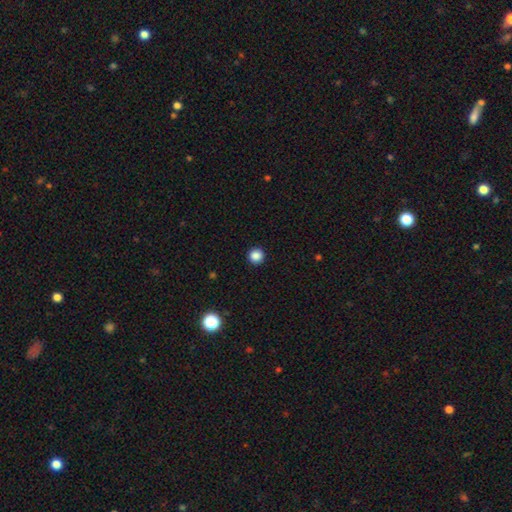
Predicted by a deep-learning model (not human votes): smooth 86%, star or artifact 11%, featured or disk 3%. Down the decision tree: how rounded — round (95%); merging — none (93%).